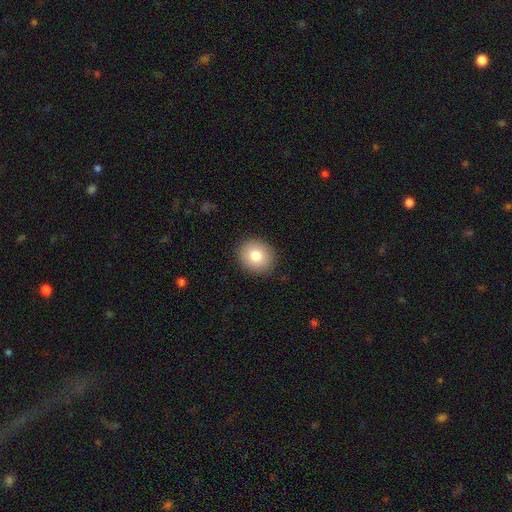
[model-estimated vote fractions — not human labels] smooth 82%, featured or disk 10%, star or artifact 9%. Down the decision tree: how rounded — round (79%); merging — none (90%).